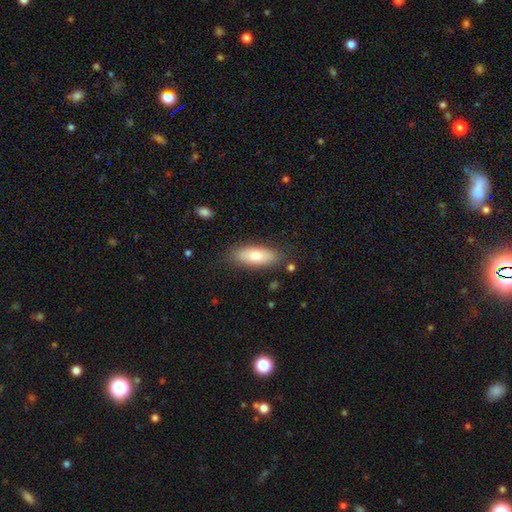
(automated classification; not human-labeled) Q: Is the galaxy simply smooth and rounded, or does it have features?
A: smooth — 73%.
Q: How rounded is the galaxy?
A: in between — 77%.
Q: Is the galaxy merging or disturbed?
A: none — 82%.